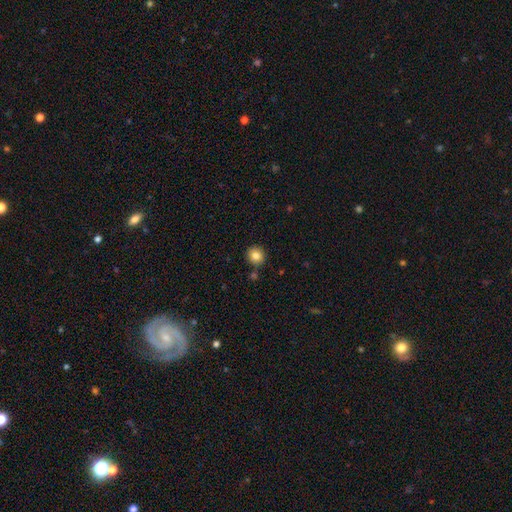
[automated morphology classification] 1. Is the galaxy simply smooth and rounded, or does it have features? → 84% smooth, 10% star or artifact, 6% featured or disk.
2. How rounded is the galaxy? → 90% round, 9% in between, 1% cigar-shaped.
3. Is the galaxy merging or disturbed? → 85% none, 8% minor disturbance, 5% merger, 2% major disturbance.